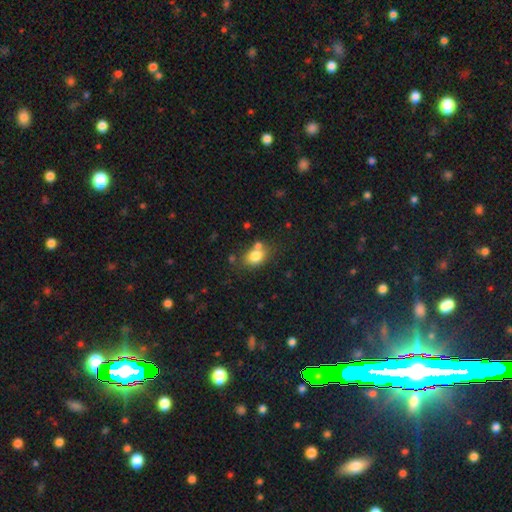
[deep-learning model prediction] Smooth or featured? smooth (80%)
How rounded? in between (60%)
Merging? none (60%)